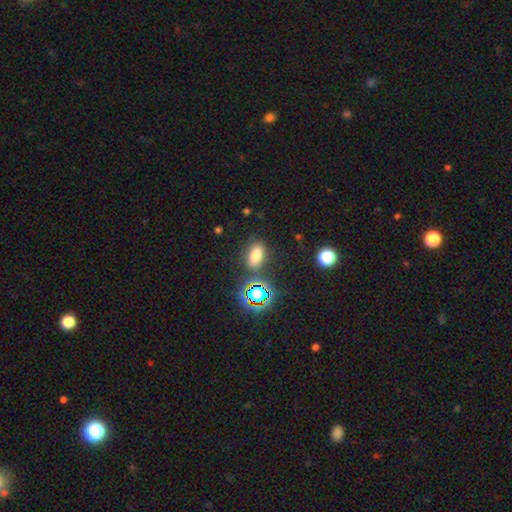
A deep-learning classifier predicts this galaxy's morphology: smooth-or-featured: smooth: 68% | star or artifact: 23% | featured or disk: 9%
  how-rounded: in between: 81% | round: 12% | cigar-shaped: 7%
  merging: none: 80% | minor disturbance: 11% | merger: 5% | major disturbance: 4%